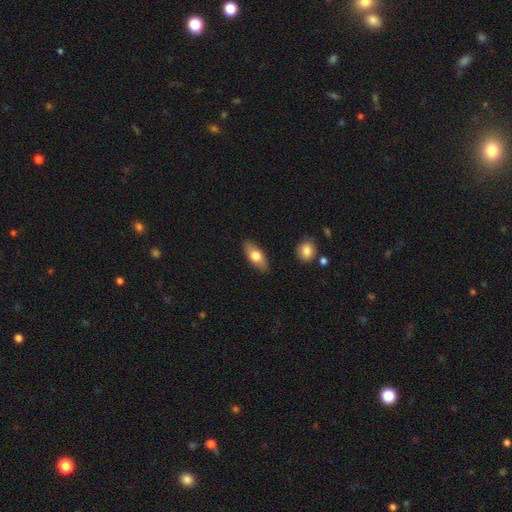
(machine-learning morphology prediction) type=smooth (71%); roundness=in between (82%); merging=none (87%).